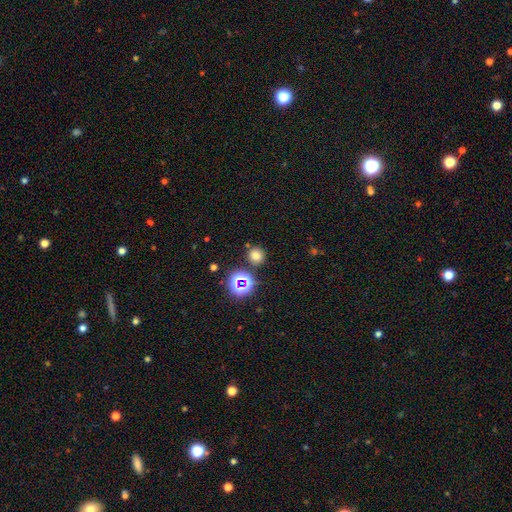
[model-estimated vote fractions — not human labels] Q: Smooth or featured?
A: smooth (71%); runner-up: star or artifact (22%)
Q: How rounded?
A: round (89%); runner-up: in between (10%)
Q: Merging?
A: none (83%); runner-up: minor disturbance (8%)